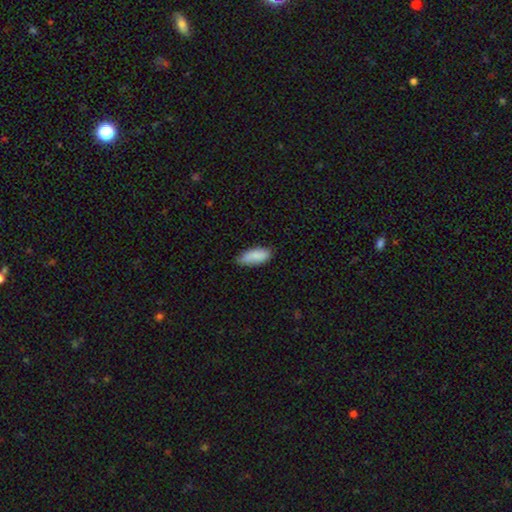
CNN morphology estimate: Smooth or featured? Predicted: smooth (p=0.87). How rounded? Predicted: in between (p=0.81). Merging? Predicted: none (p=0.71).